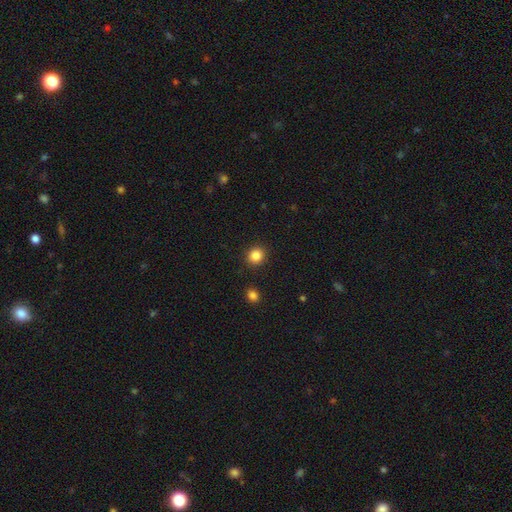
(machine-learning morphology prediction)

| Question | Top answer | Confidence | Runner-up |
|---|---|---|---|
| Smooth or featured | smooth | 85% | star or artifact (11%) |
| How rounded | round | 86% | in between (13%) |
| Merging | none | 91% | minor disturbance (5%) |